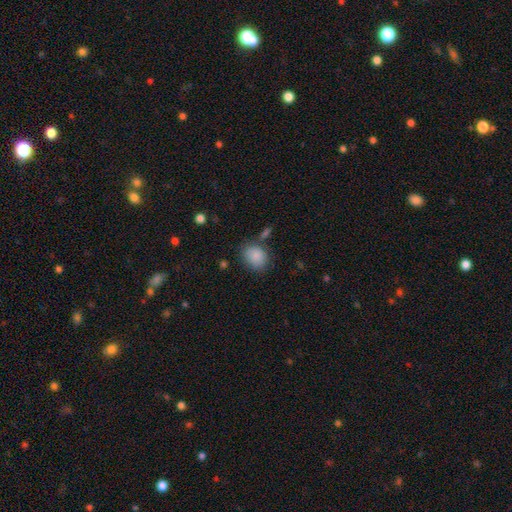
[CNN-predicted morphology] smooth 88%, star or artifact 8%, featured or disk 4%. Down the decision tree: how rounded — round (50%); merging — none (72%).